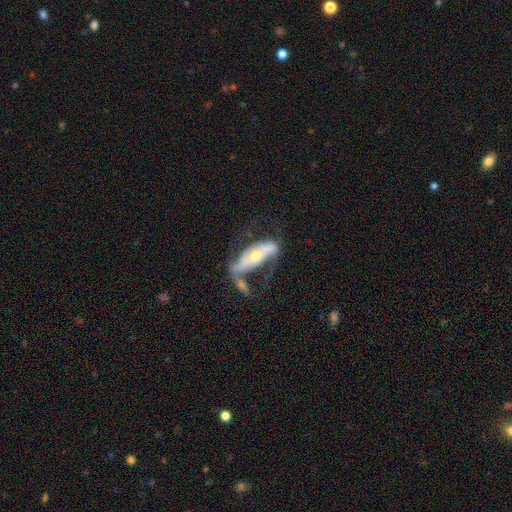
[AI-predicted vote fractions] The model was most divided on "merging": none: 32%, major disturbance: 29%, minor disturbance: 20%, merger: 19%. Remaining: edge-on disk — no (79%); spiral arms — yes (74%); smooth or featured — featured or disk (72%); bulge size — moderate (49%); bar — no (47%).